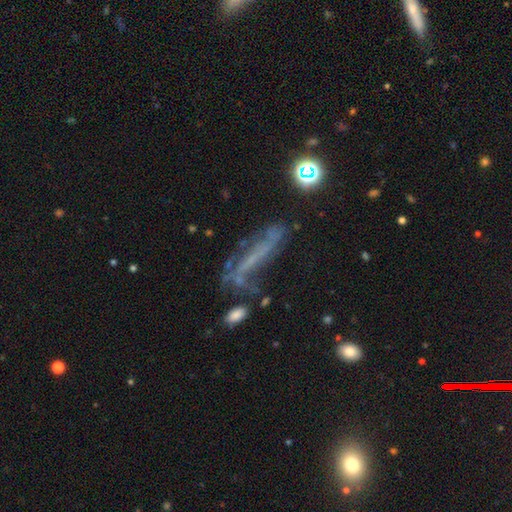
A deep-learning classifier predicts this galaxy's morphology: Overall: featured or disk (54%; smooth 29%). Edge-on disk: no (51%; yes 49%). Merging: none (47%; minor disturbance 21%).